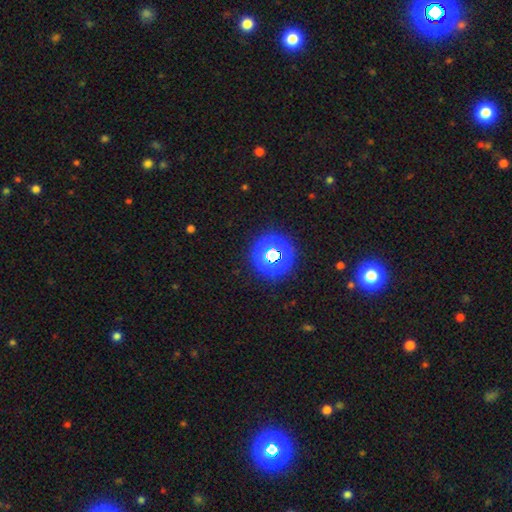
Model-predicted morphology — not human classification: The model was most divided on "smooth or featured": smooth: 53%, star or artifact: 42%, featured or disk: 6%. More confident: how rounded — round (94%); merging — none (92%).